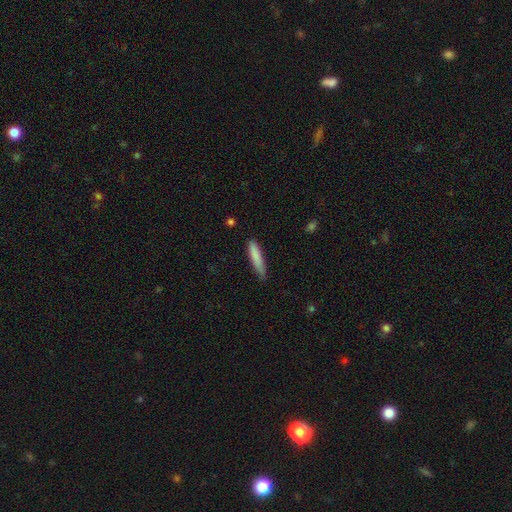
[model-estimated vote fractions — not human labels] This is clearly a smooth galaxy (83%). How rounded: clearly cigar-shaped (87%). Merging: likely none (71%).